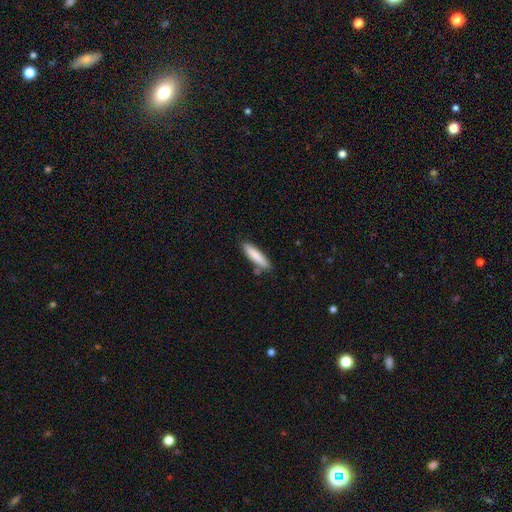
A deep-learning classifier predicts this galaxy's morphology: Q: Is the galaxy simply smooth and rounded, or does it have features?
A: smooth — 83%.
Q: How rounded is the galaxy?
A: cigar-shaped — 81%.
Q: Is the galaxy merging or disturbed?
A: none — 81%.